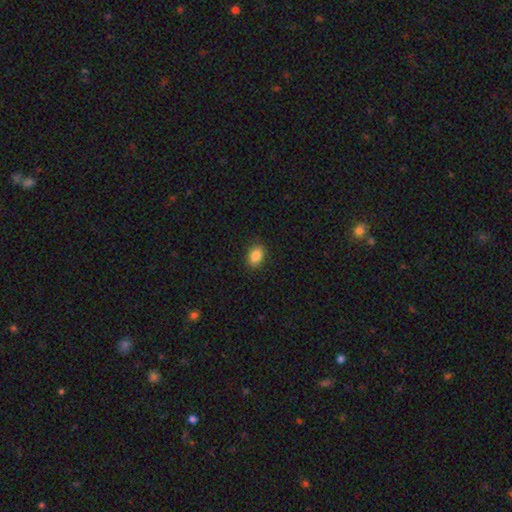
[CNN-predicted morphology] This appears to be a smooth galaxy with no disk features (87%) that is in between round and cigar-shaped (80%). Merging: none (87%).